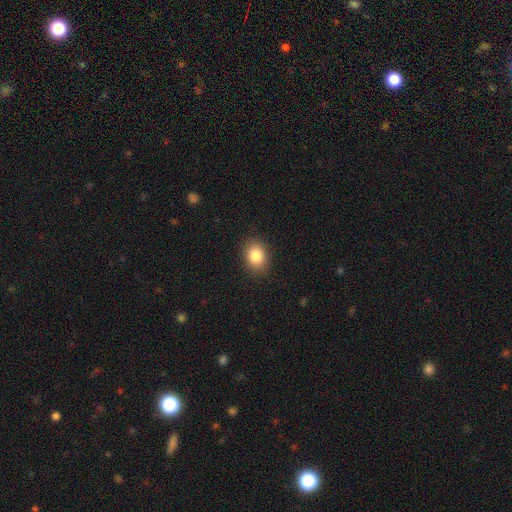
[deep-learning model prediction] Smooth or featured: smooth — 85% (star or artifact — 9%)
How rounded: in between — 61% (round — 38%)
Merging: none — 88% (minor disturbance — 8%)